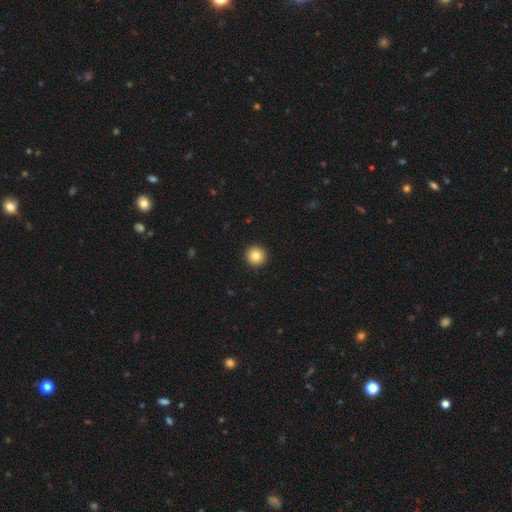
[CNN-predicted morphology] This is clearly a smooth galaxy (84%). How rounded: clearly round (96%). Merging: clearly none (94%).